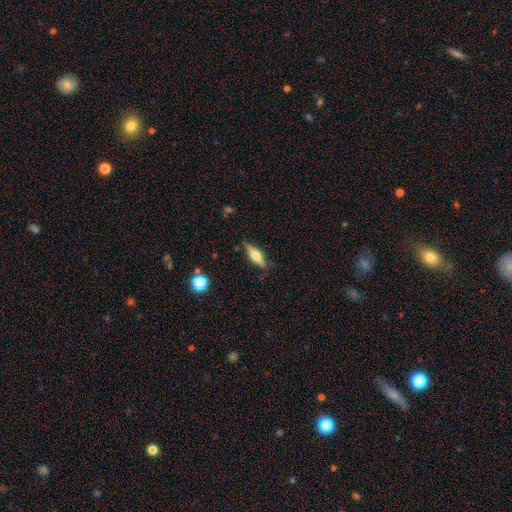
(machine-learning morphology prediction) Smooth or featured: featured or disk — 55% (smooth — 38%)
Edge-on disk: yes — 94% (no — 6%)
Edge-on bulge: rounded — 90% (boxy — 7%)
Merging: none — 82% (minor disturbance — 13%)